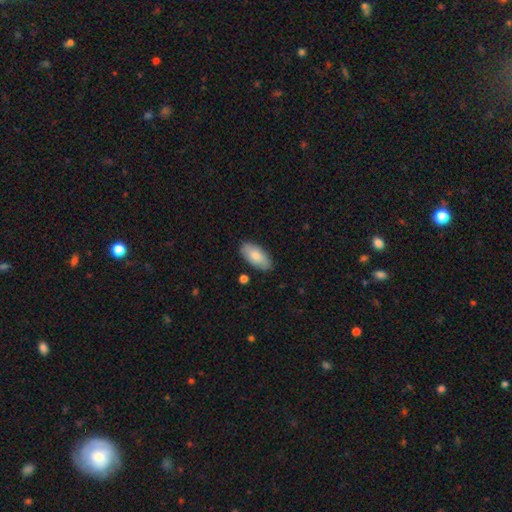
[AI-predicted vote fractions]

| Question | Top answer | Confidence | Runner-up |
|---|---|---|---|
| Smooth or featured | smooth | 79% | featured or disk (15%) |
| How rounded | in between | 93% | cigar-shaped (4%) |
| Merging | none | 84% | minor disturbance (12%) |